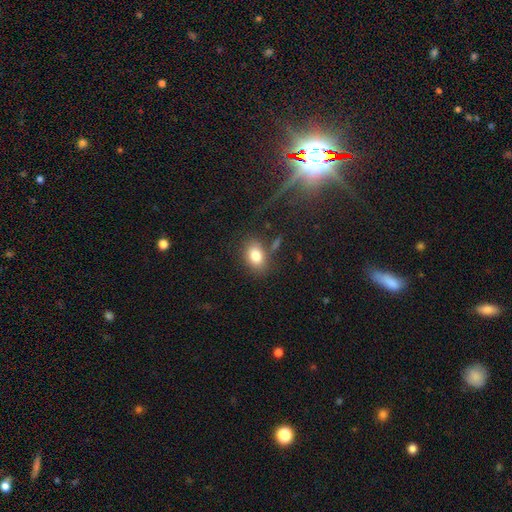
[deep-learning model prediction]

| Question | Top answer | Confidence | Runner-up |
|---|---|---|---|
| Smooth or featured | smooth | 82% | star or artifact (9%) |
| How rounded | in between | 78% | round (21%) |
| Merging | none | 73% | minor disturbance (15%) |